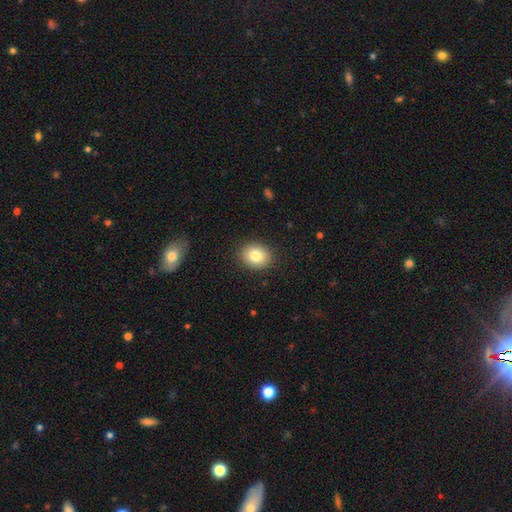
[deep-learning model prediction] Smooth or featured?
  - smooth: 83% *
  - star or artifact: 9%
  - featured or disk: 9%
How rounded?
  - round: 54% *
  - in between: 45%
  - cigar-shaped: 1%
Merging?
  - none: 89% *
  - minor disturbance: 8%
  - major disturbance: 2%
  - merger: 1%